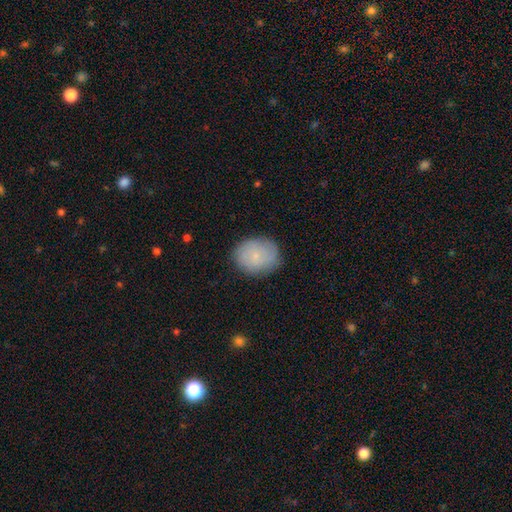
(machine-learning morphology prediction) smooth 73%, featured or disk 19%, star or artifact 8%. Down the decision tree: how rounded — in between (50%); merging — none (81%).